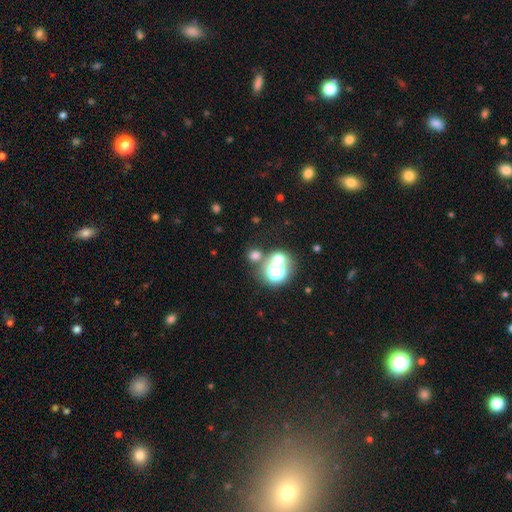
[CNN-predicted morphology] Smooth or featured?
  - smooth: 61% *
  - star or artifact: 30%
  - featured or disk: 9%
How rounded?
  - round: 81% *
  - in between: 18%
  - cigar-shaped: 1%
Merging?
  - none: 66% *
  - merger: 22%
  - minor disturbance: 8%
  - major disturbance: 4%